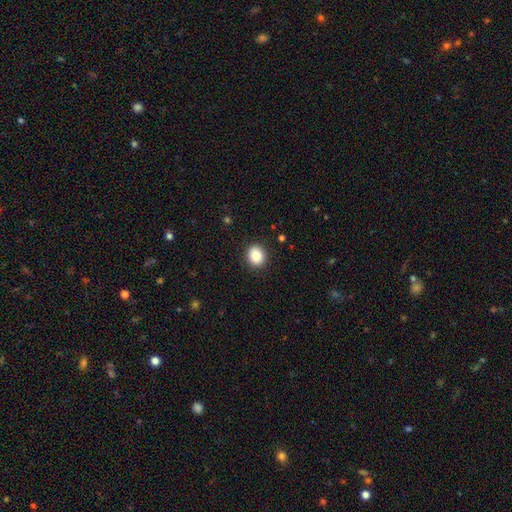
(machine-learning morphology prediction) type=smooth (84%); roundness=round (72%); merging=none (91%).